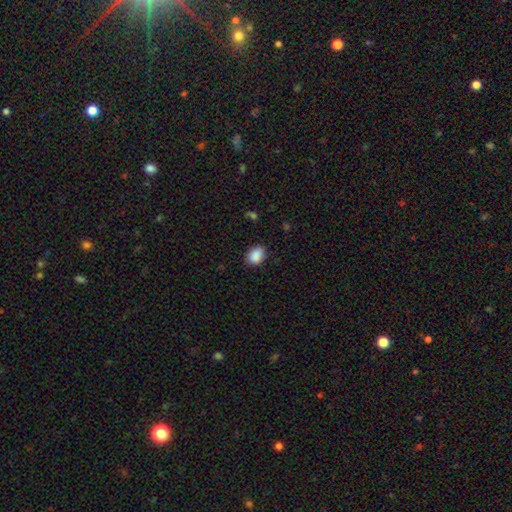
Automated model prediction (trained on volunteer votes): smooth_or_featured: smooth (p=0.89) [alt: star or artifact p=0.08]
how_rounded: in between (p=0.77) [alt: round p=0.22]
merging: none (p=0.84) [alt: minor disturbance p=0.12]